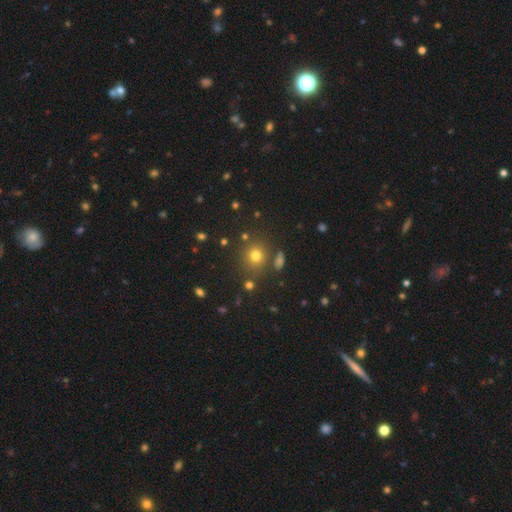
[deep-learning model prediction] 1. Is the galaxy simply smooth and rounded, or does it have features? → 73% smooth, 18% star or artifact, 9% featured or disk.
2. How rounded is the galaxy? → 86% round, 13% in between, 1% cigar-shaped.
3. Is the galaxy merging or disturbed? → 81% none, 9% minor disturbance, 7% merger, 4% major disturbance.